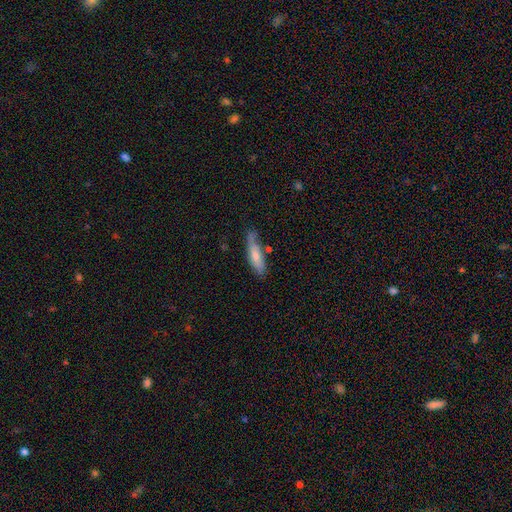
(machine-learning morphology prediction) A smooth galaxy with no disk features (66%) that is cigar-shaped (61%).

Vote fractions:
- Smooth or featured? smooth: 66% / featured or disk: 28% / star or artifact: 6%
- How rounded? cigar-shaped: 61% / in between: 37% / round: 2%
- Merging? none: 60% / minor disturbance: 26% / major disturbance: 8% / merger: 7%